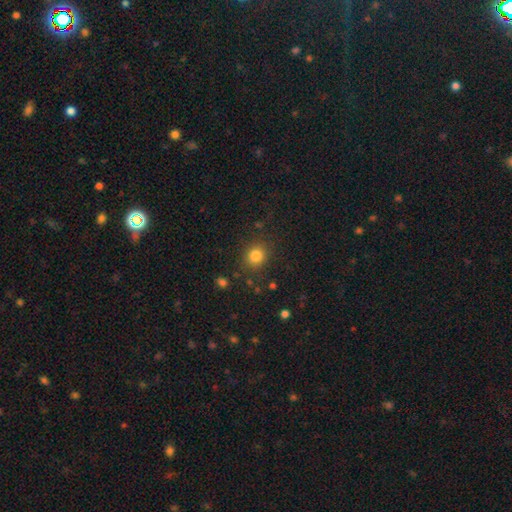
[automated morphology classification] The model was most divided on "how rounded": round: 81%, in between: 18%, cigar-shaped: 1%. More confident: merging — none (85%); smooth or featured — smooth (82%).